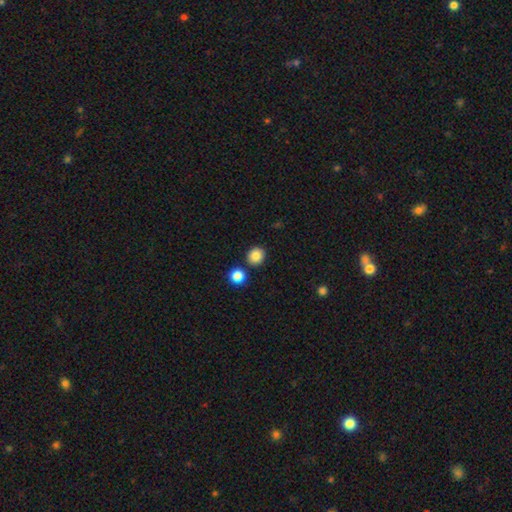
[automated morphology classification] smooth 86%, star or artifact 10%, featured or disk 4%. Down the decision tree: how rounded — round (82%); merging — none (85%).